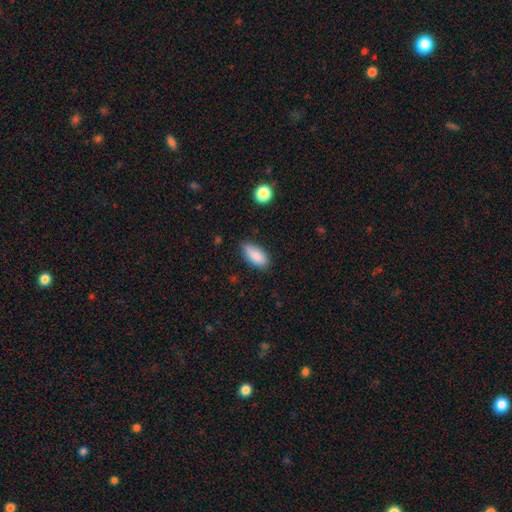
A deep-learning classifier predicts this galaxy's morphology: smooth 86%, star or artifact 7%, featured or disk 7%. Down the decision tree: how rounded — in between (87%); merging — none (76%).